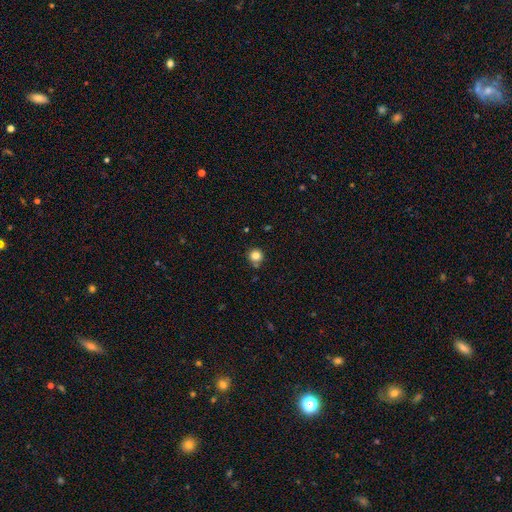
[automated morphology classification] smooth-or-featured: smooth: 82% | star or artifact: 12% | featured or disk: 6%
  how-rounded: round: 93% | in between: 6% | cigar-shaped: 1%
  merging: none: 79% | minor disturbance: 11% | merger: 7% | major disturbance: 3%